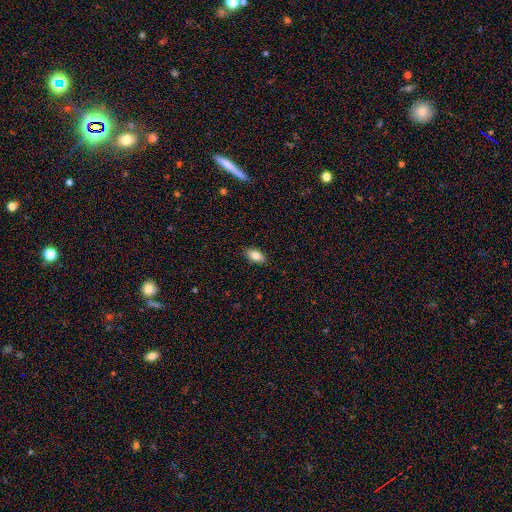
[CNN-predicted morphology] Smooth or featured? Predicted: smooth (p=0.81). How rounded? Predicted: in between (p=0.90). Merging? Predicted: none (p=0.88).